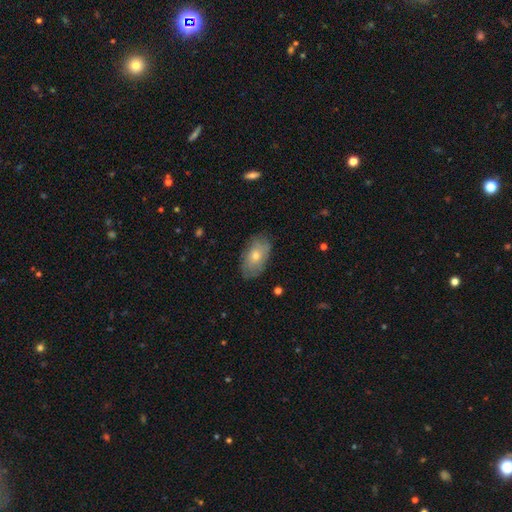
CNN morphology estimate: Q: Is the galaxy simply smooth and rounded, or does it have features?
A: smooth — 63%.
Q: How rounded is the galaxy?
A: in between — 92%.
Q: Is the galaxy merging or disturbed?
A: none — 78%.